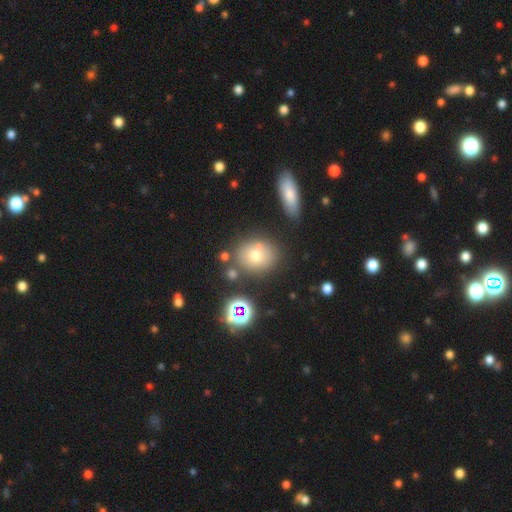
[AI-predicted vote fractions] Smooth or featured?
  - smooth: 68% *
  - featured or disk: 17%
  - star or artifact: 16%
How rounded?
  - round: 66% *
  - in between: 33%
  - cigar-shaped: 1%
Merging?
  - none: 70% *
  - merger: 13%
  - minor disturbance: 13%
  - major disturbance: 4%